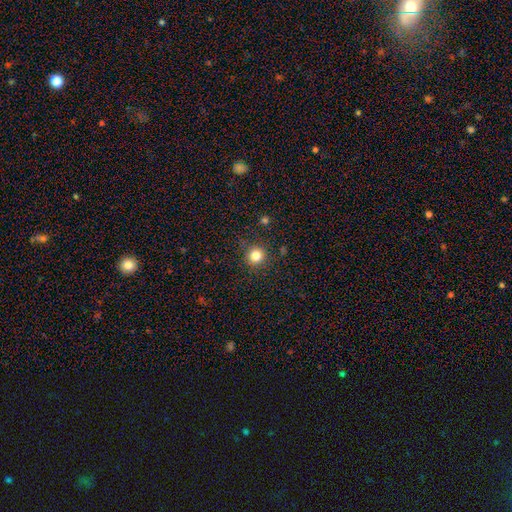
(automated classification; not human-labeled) A smooth galaxy with no disk features (82%) that is round (95%). Merging: none (89%).